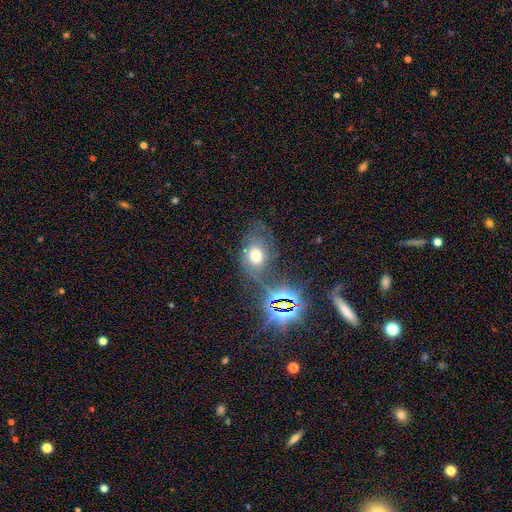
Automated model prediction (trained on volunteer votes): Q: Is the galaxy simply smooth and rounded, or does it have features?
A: smooth — 47%.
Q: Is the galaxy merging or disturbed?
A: none — 49%.